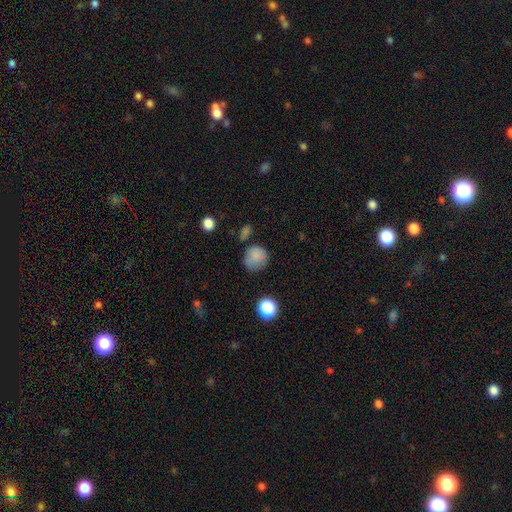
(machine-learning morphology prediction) Smooth or featured: smooth — 81% (star or artifact — 11%)
How rounded: round — 82% (in between — 17%)
Merging: none — 63% (minor disturbance — 23%)